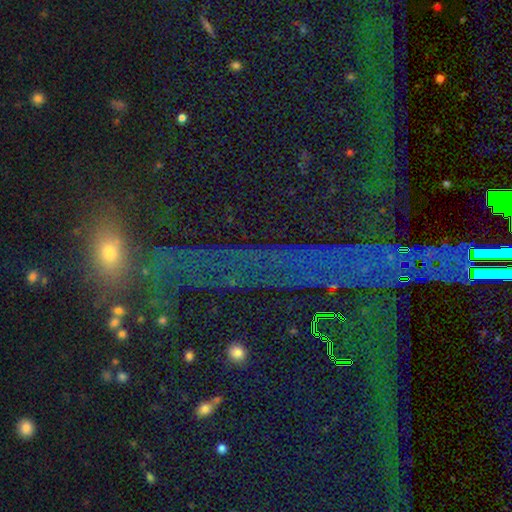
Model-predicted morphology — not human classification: This appears to be a star or artifact, not a galaxy (73%).